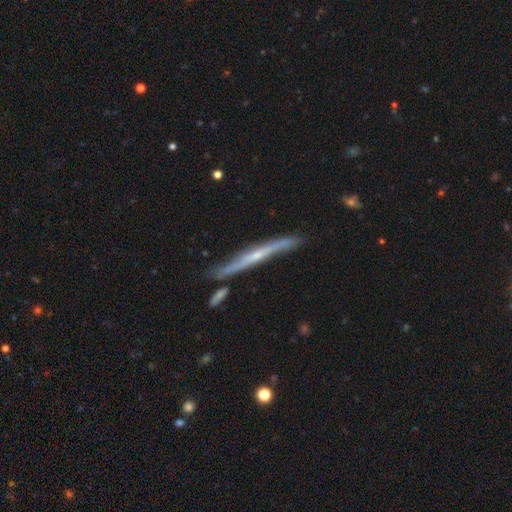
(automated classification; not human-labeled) A featured or disk galaxy (72%) viewed edge-on (94%) with a rounded central bulge (48%).

Vote fractions:
- Smooth or featured? featured or disk: 72% / smooth: 21% / star or artifact: 6%
- Edge-on disk? yes: 94% / no: 6%
- Edge-on bulge? rounded: 48% / none: 46% / boxy: 6%
- Merging? none: 75% / minor disturbance: 17% / merger: 5% / major disturbance: 3%